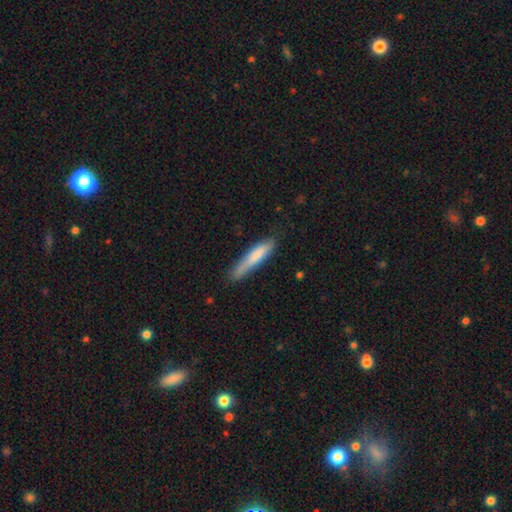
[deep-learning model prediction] Q: Smooth or featured?
A: smooth (75%); runner-up: featured or disk (20%)
Q: How rounded?
A: cigar-shaped (88%); runner-up: in between (11%)
Q: Merging?
A: none (68%); runner-up: minor disturbance (25%)